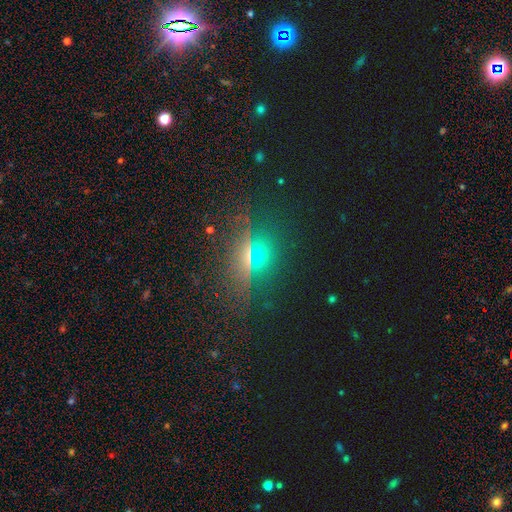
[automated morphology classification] The model was most divided on "smooth or featured": star or artifact: 45%, smooth: 41%, featured or disk: 14%.